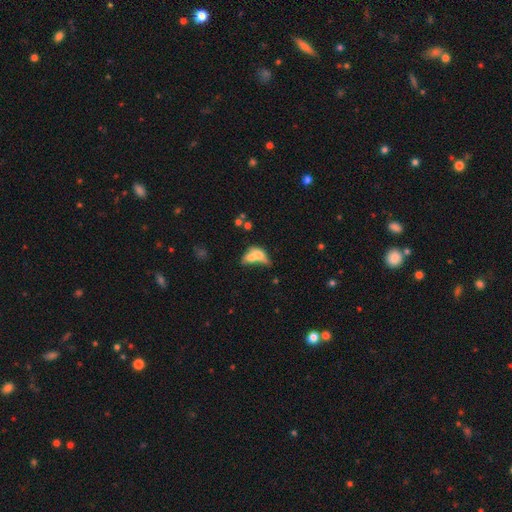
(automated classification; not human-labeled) Smooth or featured: smooth — 59% (featured or disk — 31%)
How rounded: in between — 75% (round — 15%)
Merging: merger — 65% (none — 16%)